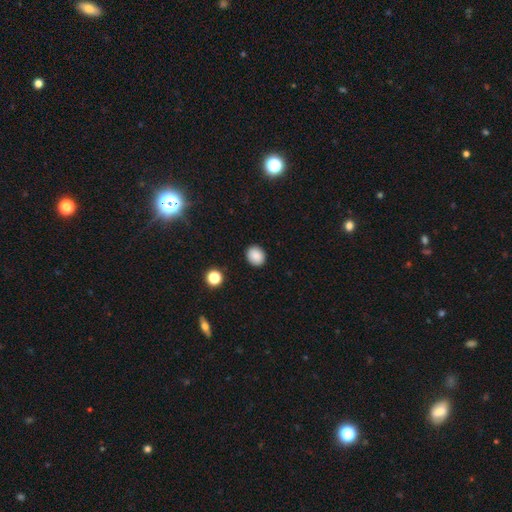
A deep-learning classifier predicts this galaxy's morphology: A smooth galaxy with no disk features (87%) that is round (65%).

Vote fractions:
- Smooth or featured? smooth: 87% / star or artifact: 10% / featured or disk: 3%
- How rounded? round: 65% / in between: 35% / cigar-shaped: 1%
- Merging? none: 90% / minor disturbance: 7% / major disturbance: 2% / merger: 1%